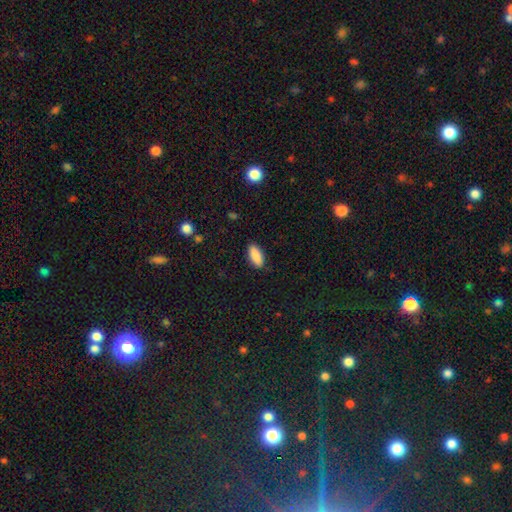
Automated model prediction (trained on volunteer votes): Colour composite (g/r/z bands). It shows a smooth galaxy with no disk features (89%) that is in between round and cigar-shaped (87%). Merging: none (87%).